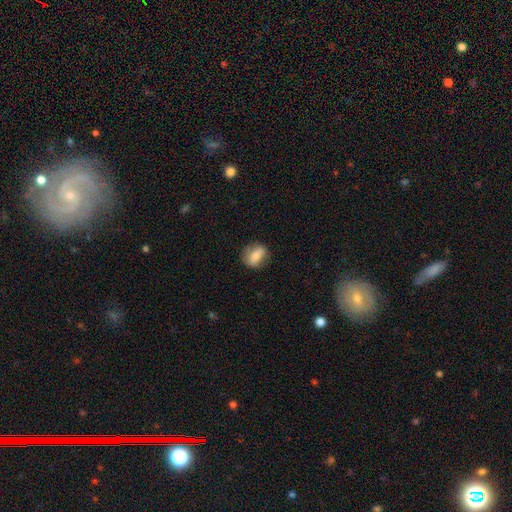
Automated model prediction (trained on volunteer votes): Smooth or featured? Predicted: smooth (p=0.64). How rounded? Predicted: in between (p=0.56). Merging? Predicted: none (p=0.78).